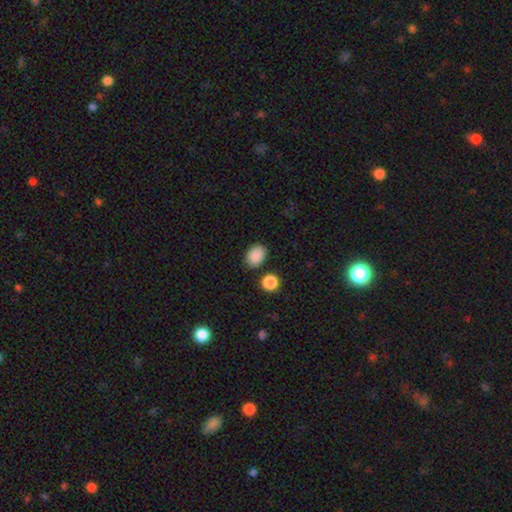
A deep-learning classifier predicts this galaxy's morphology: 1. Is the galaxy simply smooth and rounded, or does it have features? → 88% smooth, 9% star or artifact, 3% featured or disk.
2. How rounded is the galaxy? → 70% in between, 29% round, 1% cigar-shaped.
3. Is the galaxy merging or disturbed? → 83% none, 10% minor disturbance, 4% merger, 3% major disturbance.